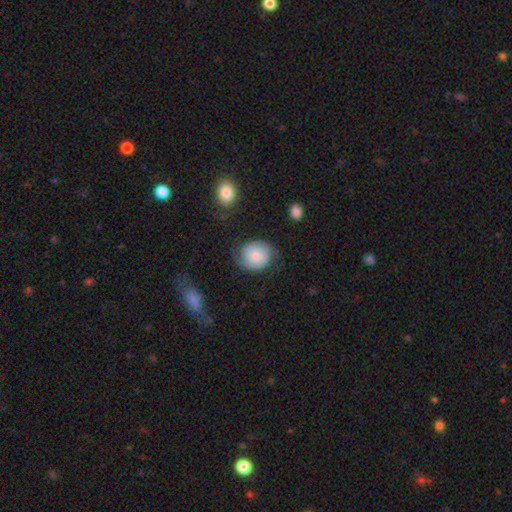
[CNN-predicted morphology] Overall: smooth (57%; featured or disk 35%). How rounded: round (75%). Merging: none (63%; minor disturbance 24%).